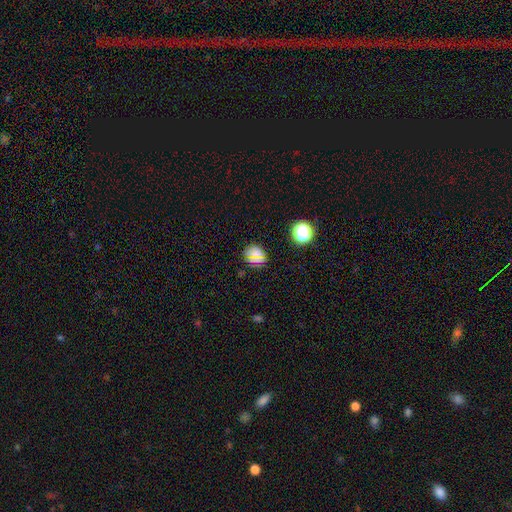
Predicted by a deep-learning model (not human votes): Smooth or featured? Predicted: smooth (p=0.57). How rounded? Predicted: round (p=0.74). Merging? Predicted: none (p=0.84).